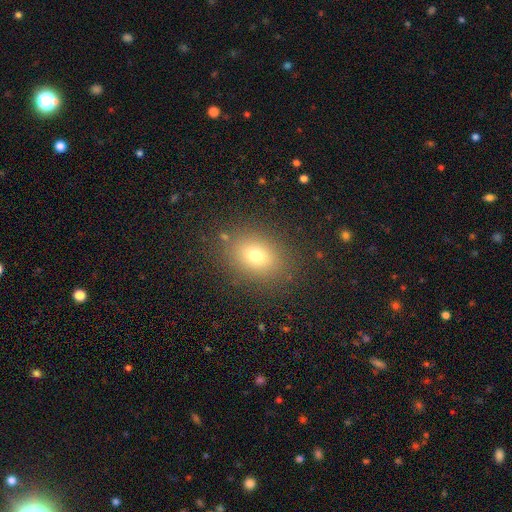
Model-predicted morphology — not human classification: A smooth galaxy with no disk features (72%) that is in between round and cigar-shaped (61%). Merging: none (85%).